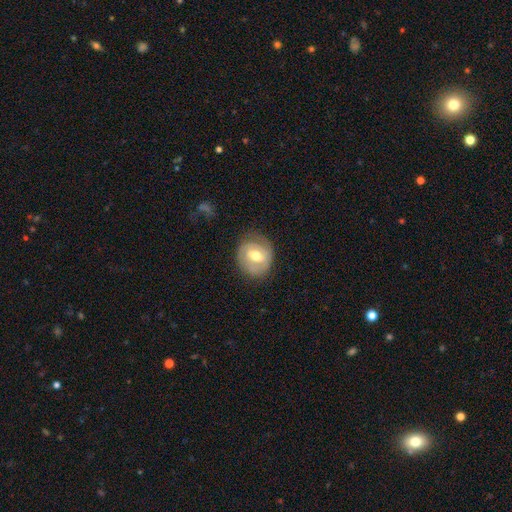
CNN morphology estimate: A featured or disk galaxy (52%) with a weak bar (49%), spiral arms (61%) and a moderate central bulge (75%).

Vote fractions:
- Smooth or featured? featured or disk: 52% / smooth: 41% / star or artifact: 6%
- Edge-on disk? no: 96% / yes: 4%
- Bar? weak: 49% / no: 31% / strong: 20%
- Spiral arms? yes: 61% / no: 39%
- Bulge size? moderate: 75% / small: 14% / large: 9% / dominant: 1% / none: 1%
- Merging? none: 72% / minor disturbance: 19% / major disturbance: 7% / merger: 1%